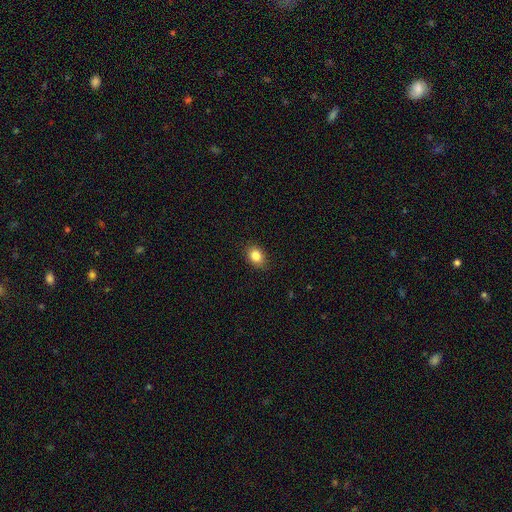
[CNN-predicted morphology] smooth 85%, star or artifact 9%, featured or disk 6%. Down the decision tree: how rounded — in between (61%); merging — none (88%).